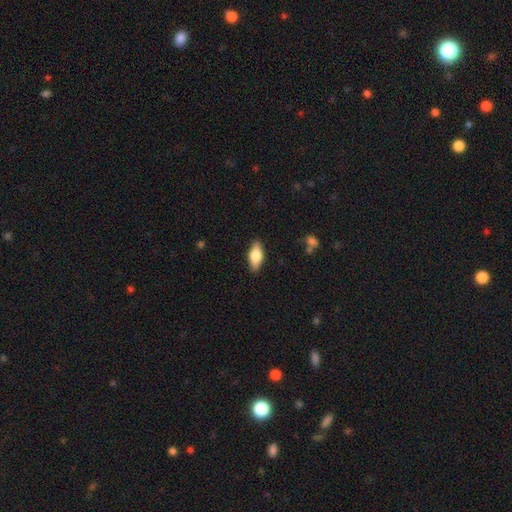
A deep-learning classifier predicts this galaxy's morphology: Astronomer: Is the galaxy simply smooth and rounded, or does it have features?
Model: smooth — 64%.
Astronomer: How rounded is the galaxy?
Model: in between — 78%.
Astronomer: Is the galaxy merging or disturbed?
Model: none — 87%.